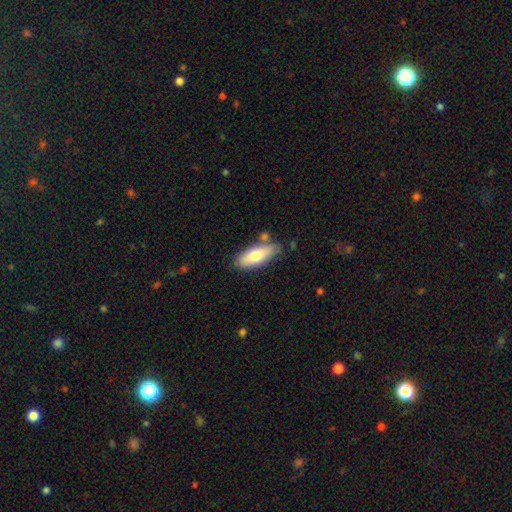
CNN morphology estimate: The model was most divided on "how rounded": in between: 70%, cigar-shaped: 28%, round: 2%. More confident: merging — none (75%); smooth or featured — smooth (72%).